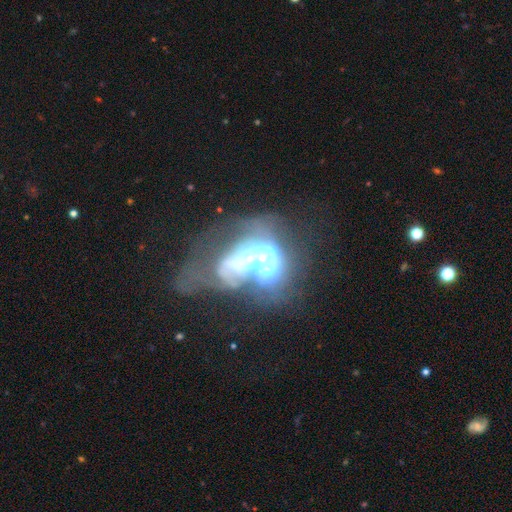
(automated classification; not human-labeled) smooth-or-featured: featured or disk: 62% | star or artifact: 19% | smooth: 18%
  disk-edge-on: no: 92% | yes: 8%
    bar: no: 65% | strong: 24% | weak: 11%
    has-spiral-arms: no: 81% | yes: 19%
    bulge-size: large: 31% | dominant: 26% | moderate: 22% | none: 16% | small: 6%
  merging: merger: 49% | major disturbance: 31% | none: 13% | minor disturbance: 7%